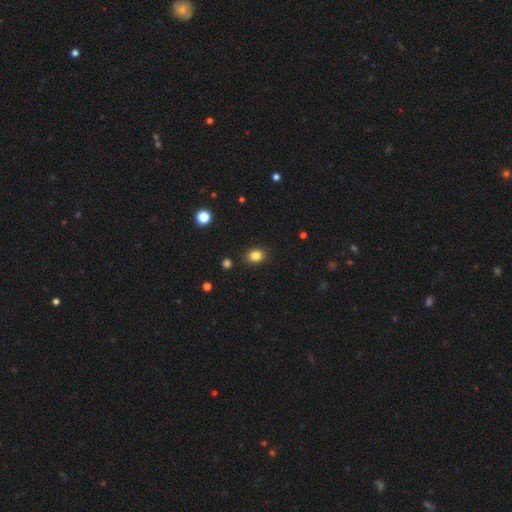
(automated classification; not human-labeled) smooth 84%, star or artifact 11%, featured or disk 5%. Down the decision tree: how rounded — in between (55%); merging — none (88%).